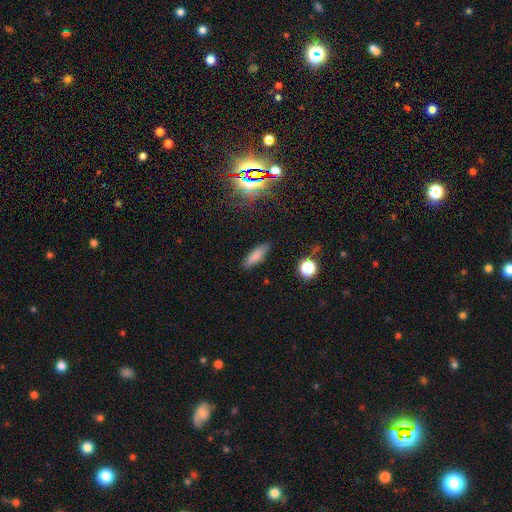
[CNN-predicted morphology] type=smooth (79%); roundness=in between (51%); merging=none (86%).